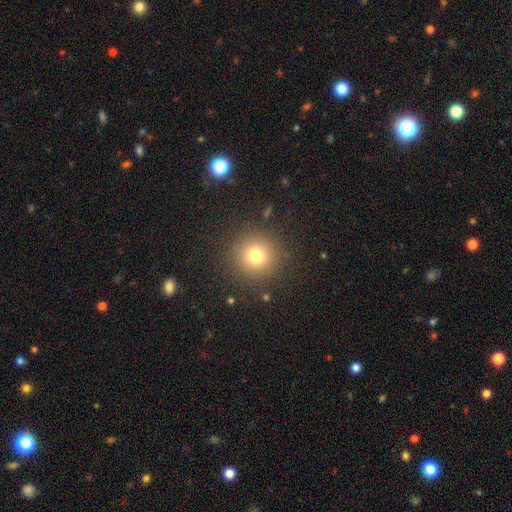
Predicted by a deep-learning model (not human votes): This appears to be a smooth galaxy with no disk features (75%) that is round (95%). Merging: none (89%).